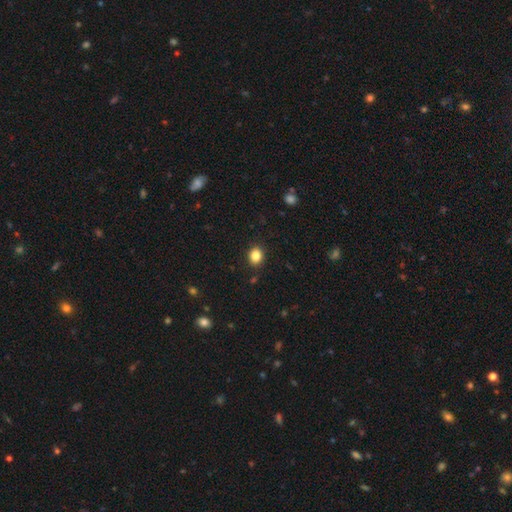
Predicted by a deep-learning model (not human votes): smooth_or_featured: smooth (p=0.85) [alt: star or artifact p=0.10]
how_rounded: round (p=0.55) [alt: in between p=0.44]
merging: none (p=0.90) [alt: minor disturbance p=0.07]